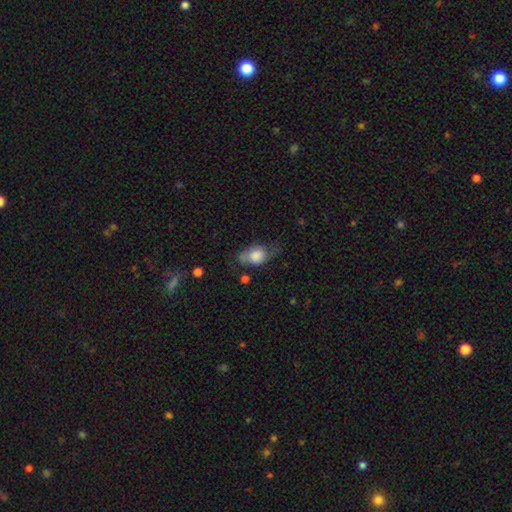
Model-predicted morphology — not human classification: The model was most divided on "merging": none: 43%, minor disturbance: 33%, major disturbance: 19%, merger: 4%. More confident: how rounded — in between (76%); smooth or featured — smooth (70%).